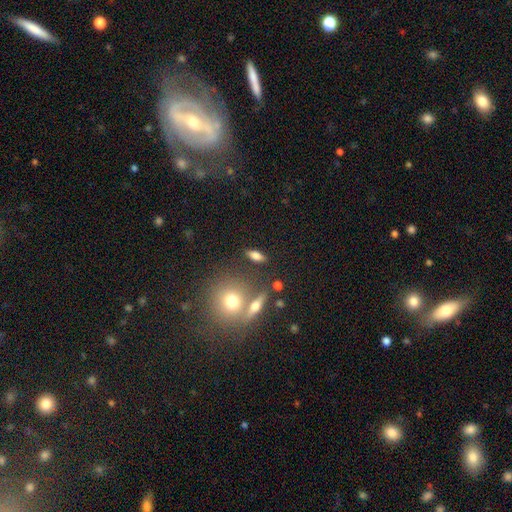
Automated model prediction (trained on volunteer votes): Smooth or featured? Predicted: smooth (p=0.71). How rounded? Predicted: in between (p=0.66). Merging? Predicted: none (p=0.78).